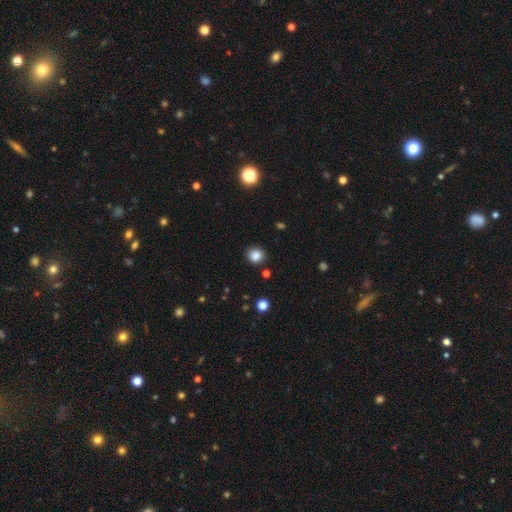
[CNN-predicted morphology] Smooth or featured: smooth — 85% (star or artifact — 12%)
How rounded: round — 87% (in between — 12%)
Merging: none — 89% (minor disturbance — 7%)